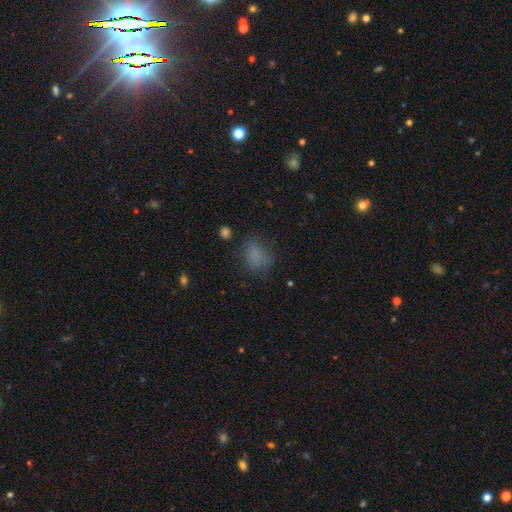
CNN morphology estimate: The model was most divided on "how rounded": in between: 59%, round: 40%, cigar-shaped: 1%. More confident: smooth or featured — smooth (75%); merging — none (61%).